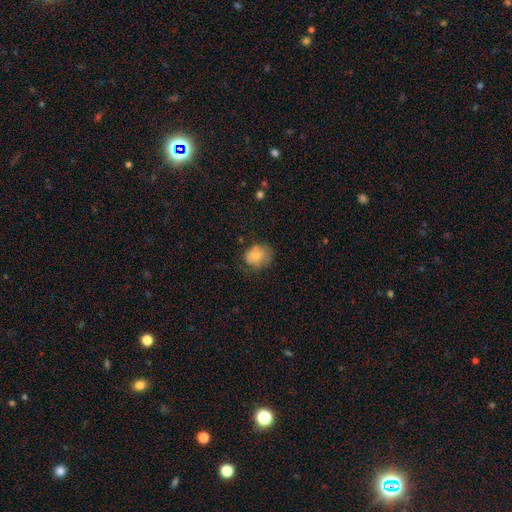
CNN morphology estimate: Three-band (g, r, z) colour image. It shows a smooth galaxy with no disk features (79%) that is round (61%). Merging: none (58%).